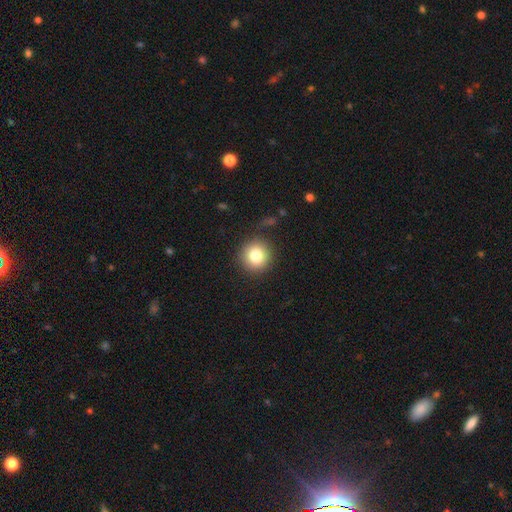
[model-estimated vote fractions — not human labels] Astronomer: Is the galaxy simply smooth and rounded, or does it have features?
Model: smooth — 81%.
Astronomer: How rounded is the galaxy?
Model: round — 93%.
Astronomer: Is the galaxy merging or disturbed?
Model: none — 86%.